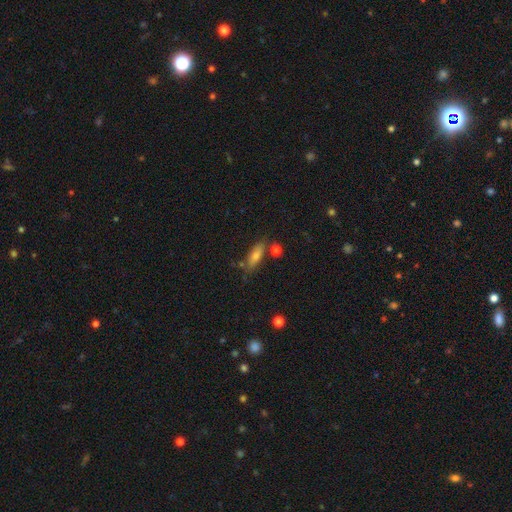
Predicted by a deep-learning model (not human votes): This is likely a smooth galaxy (70%). How rounded: possibly in between (55%). Merging: likely none (71%).